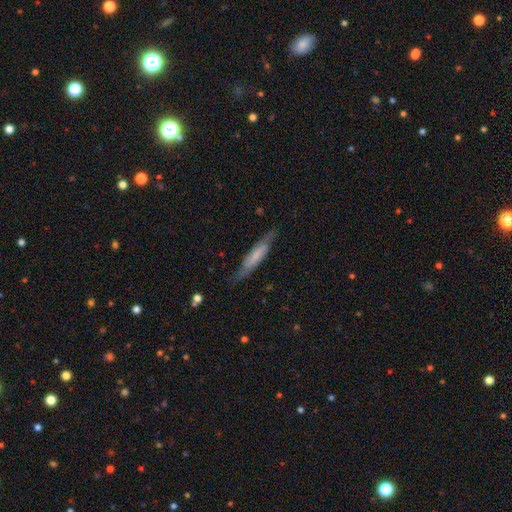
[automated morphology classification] Smooth or featured: featured or disk — 48% (smooth — 46%)
Merging: none — 77% (minor disturbance — 17%)